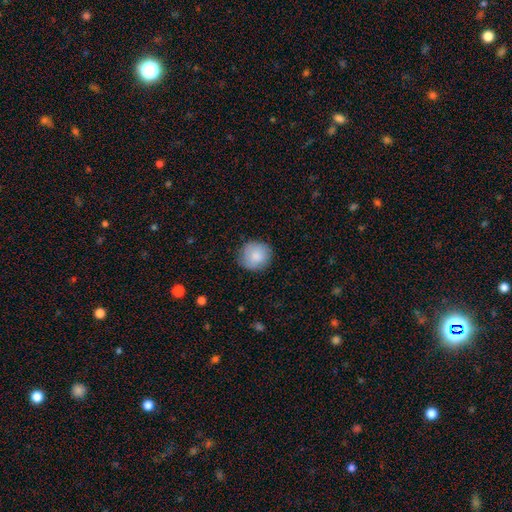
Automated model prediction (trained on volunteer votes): A smooth galaxy with no disk features (84%) that is round (90%). Merging: none (85%).